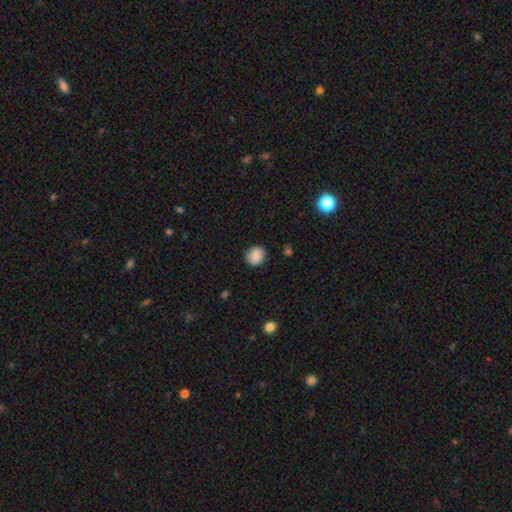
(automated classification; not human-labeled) A smooth galaxy with no disk features (84%) that is round (85%). Merging: none (87%).